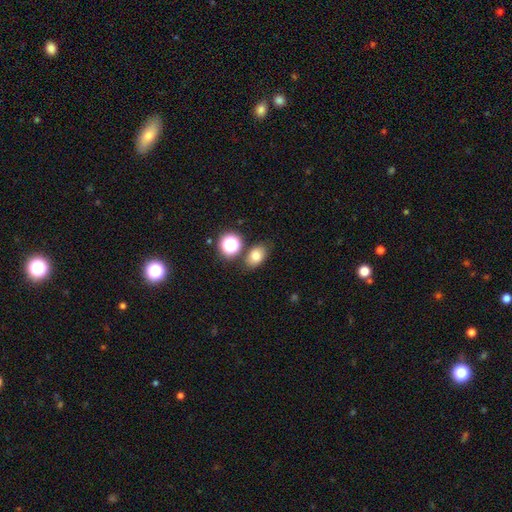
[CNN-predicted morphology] Smooth or featured: smooth — 76% (star or artifact — 14%)
How rounded: in between — 74% (round — 25%)
Merging: none — 74% (minor disturbance — 13%)